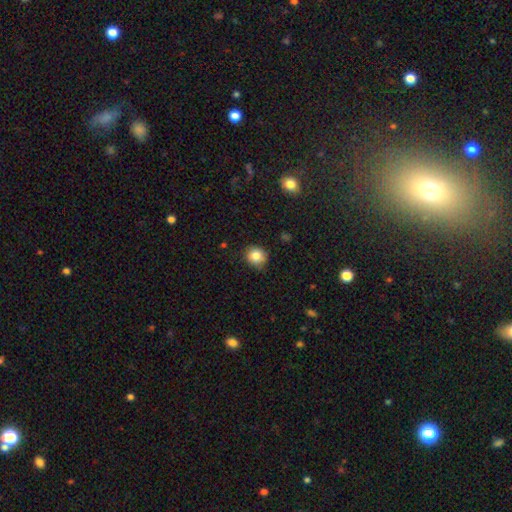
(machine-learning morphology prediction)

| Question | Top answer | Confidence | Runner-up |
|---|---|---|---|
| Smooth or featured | smooth | 84% | star or artifact (10%) |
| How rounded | round | 85% | in between (14%) |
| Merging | none | 81% | minor disturbance (15%) |